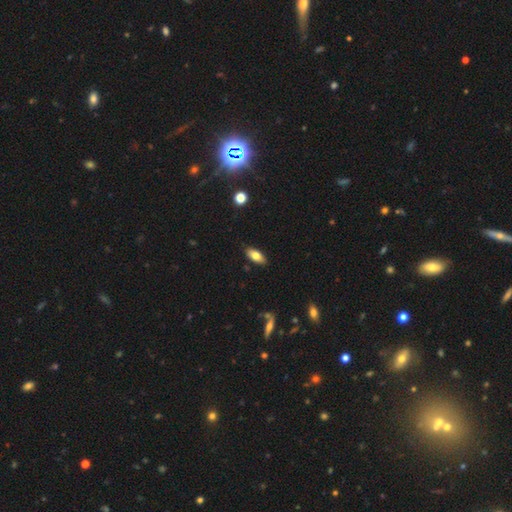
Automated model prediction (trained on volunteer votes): The model was most divided on "smooth or featured": smooth: 74%, featured or disk: 19%, star or artifact: 7%. More confident: merging — none (87%); how rounded — in between (84%).